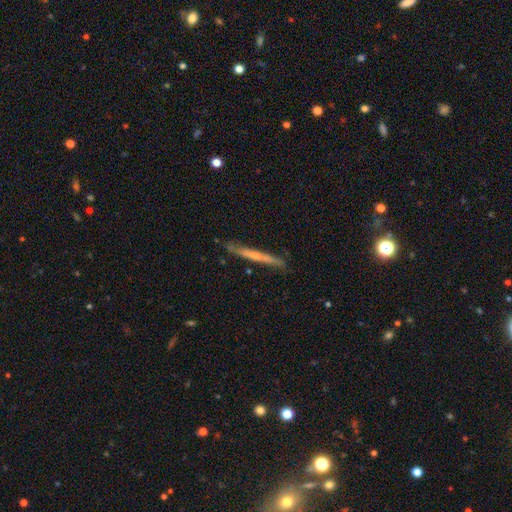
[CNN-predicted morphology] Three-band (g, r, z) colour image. It shows a featured or disk galaxy (52%) viewed edge-on (95%). Merging: none (84%).